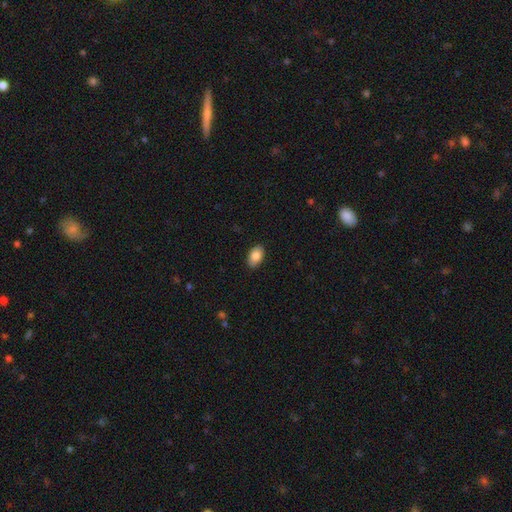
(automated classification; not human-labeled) The model was most divided on "smooth or featured": smooth: 84%, featured or disk: 9%, star or artifact: 7%. More confident: how rounded — in between (91%); merging — none (88%).